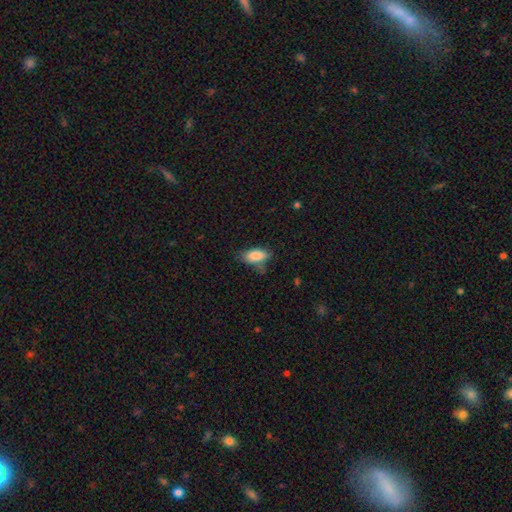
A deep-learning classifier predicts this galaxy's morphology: Smooth or featured: smooth — 84% (featured or disk — 8%)
How rounded: in between — 88% (cigar-shaped — 9%)
Merging: none — 59% (minor disturbance — 28%)